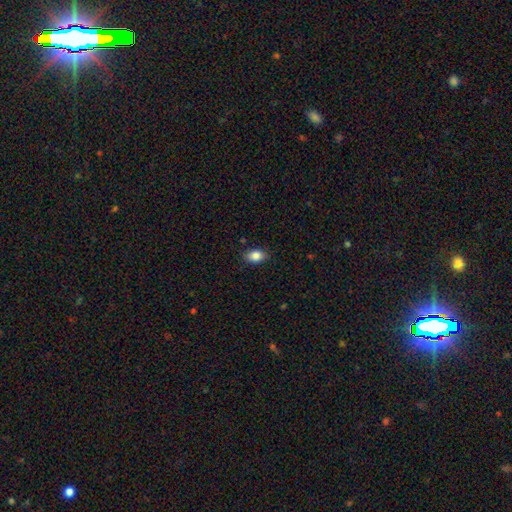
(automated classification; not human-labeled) The model was most divided on "how rounded": in between: 81%, round: 17%, cigar-shaped: 2%. More confident: smooth or featured — smooth (86%); merging — none (85%).